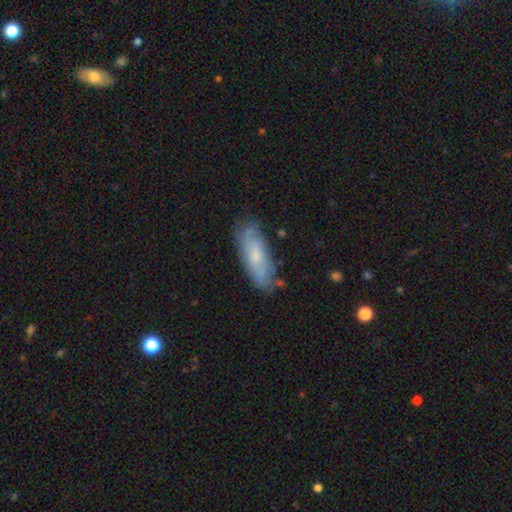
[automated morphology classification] The model was most divided on "smooth or featured": smooth: 55%, featured or disk: 38%, star or artifact: 7%. More confident: merging — none (71%); how rounded — in between (66%).